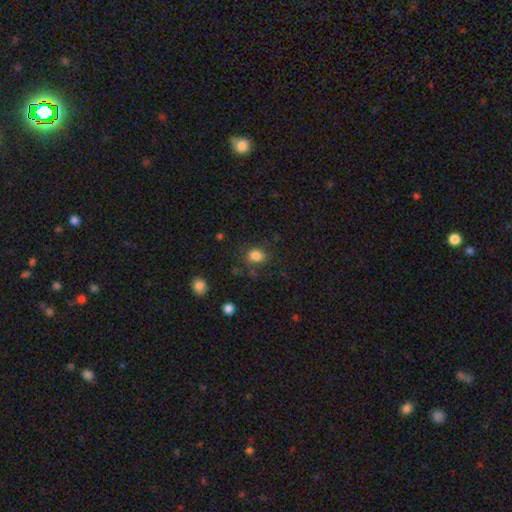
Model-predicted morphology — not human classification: A smooth galaxy with no disk features (83%) that is round (50%). Merging: none (72%).